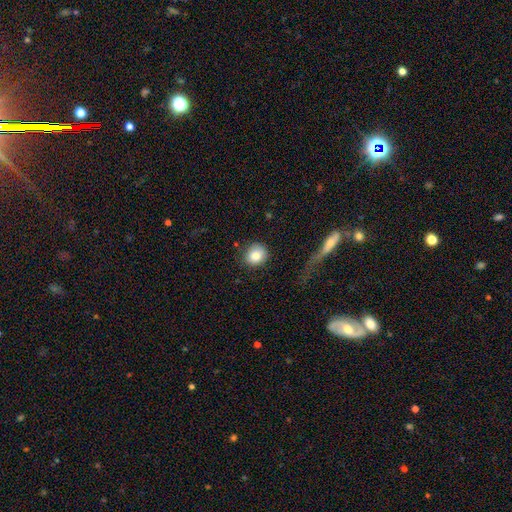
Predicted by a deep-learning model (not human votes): This is clearly a smooth galaxy (84%). How rounded: clearly round (83%). Merging: likely none (78%).